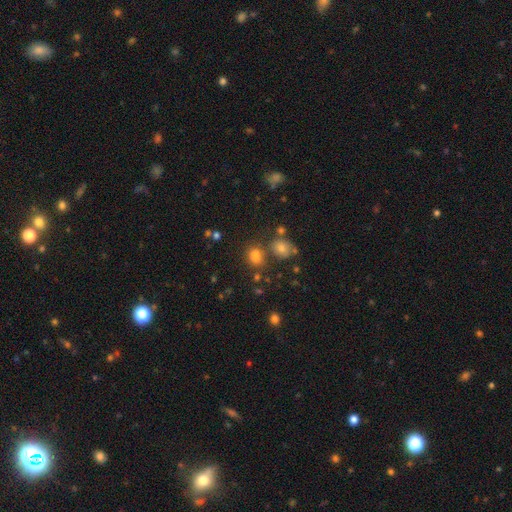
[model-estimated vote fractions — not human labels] Q: Smooth or featured?
A: smooth (74%); runner-up: star or artifact (18%)
Q: How rounded?
A: in between (57%); runner-up: round (41%)
Q: Merging?
A: none (63%); runner-up: merger (19%)